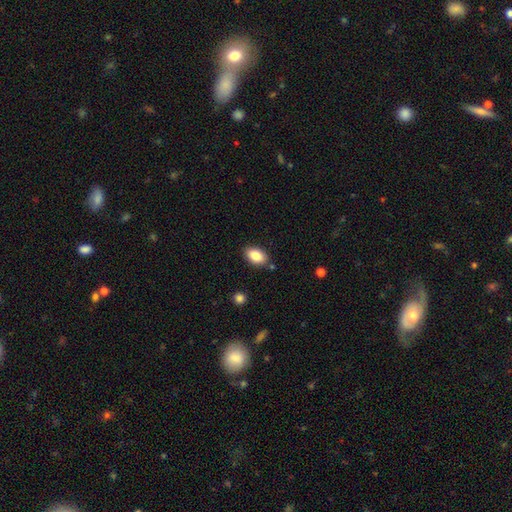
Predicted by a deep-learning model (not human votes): Overall: smooth (86%). How rounded: in between (92%). Merging: none (84%).